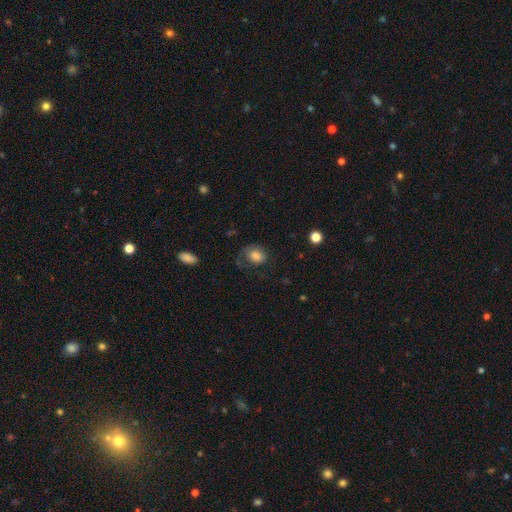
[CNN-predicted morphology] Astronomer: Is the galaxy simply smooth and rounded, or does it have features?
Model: smooth — 72%.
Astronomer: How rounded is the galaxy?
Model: in between — 51% (runner-up: round, 48%).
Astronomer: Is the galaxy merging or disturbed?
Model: none — 47% (runner-up: major disturbance, 29%).